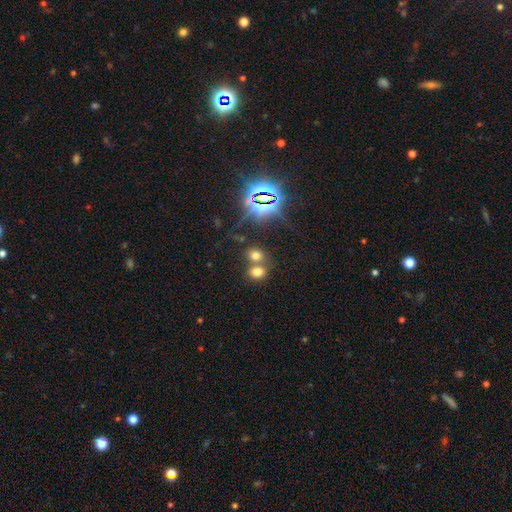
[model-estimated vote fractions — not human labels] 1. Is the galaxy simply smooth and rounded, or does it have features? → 63% smooth, 27% star or artifact, 10% featured or disk.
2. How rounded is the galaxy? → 51% round, 47% in between, 1% cigar-shaped.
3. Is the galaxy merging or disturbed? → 47% merger, 42% none, 7% minor disturbance, 4% major disturbance.